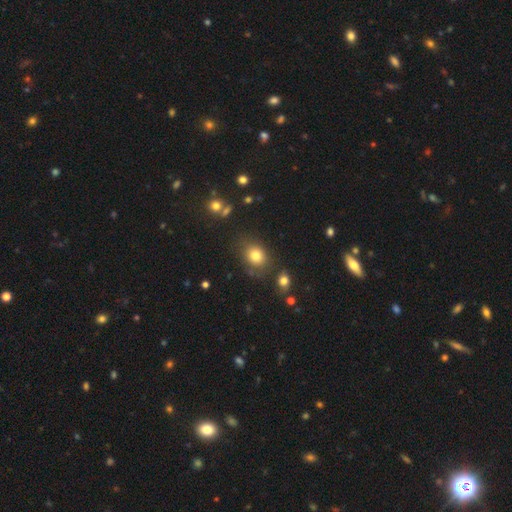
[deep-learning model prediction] A smooth galaxy with no disk features (80%) that is round (52%).

Vote fractions:
- Smooth or featured? smooth: 80% / star or artifact: 12% / featured or disk: 9%
- How rounded? round: 52% / in between: 47% / cigar-shaped: 1%
- Merging? none: 73% / minor disturbance: 16% / merger: 6% / major disturbance: 6%